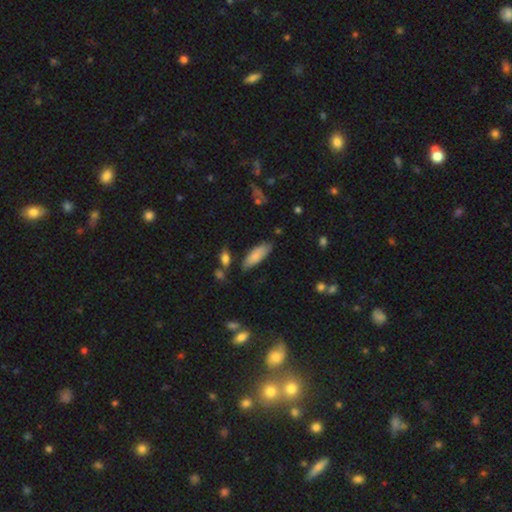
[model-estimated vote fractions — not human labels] The model was most divided on "how rounded": in between: 66%, cigar-shaped: 33%, round: 2%. More confident: smooth or featured — smooth (80%); merging — none (73%).